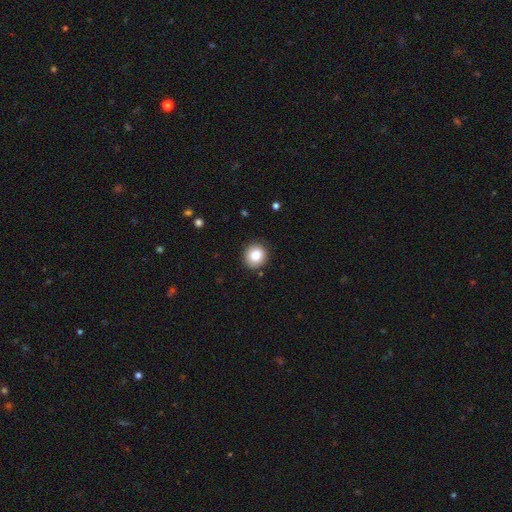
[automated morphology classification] smooth_or_featured: smooth (p=0.84) [alt: star or artifact p=0.09]
how_rounded: round (p=0.88) [alt: in between p=0.12]
merging: none (p=0.89) [alt: minor disturbance p=0.08]